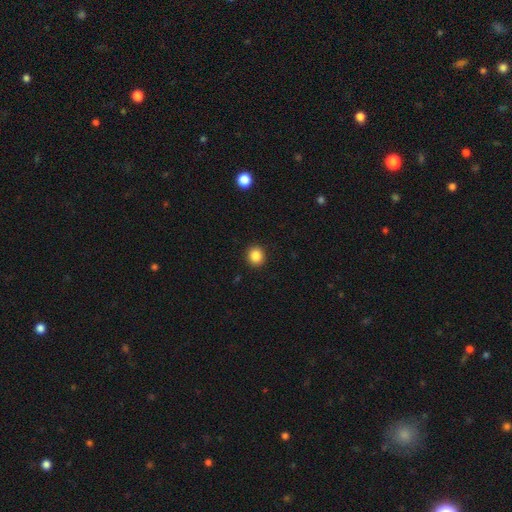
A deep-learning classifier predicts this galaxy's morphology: Smooth or featured?
  - smooth: 86% *
  - star or artifact: 10%
  - featured or disk: 4%
How rounded?
  - round: 89% *
  - in between: 10%
  - cigar-shaped: 1%
Merging?
  - none: 92% *
  - minor disturbance: 5%
  - major disturbance: 2%
  - merger: 1%